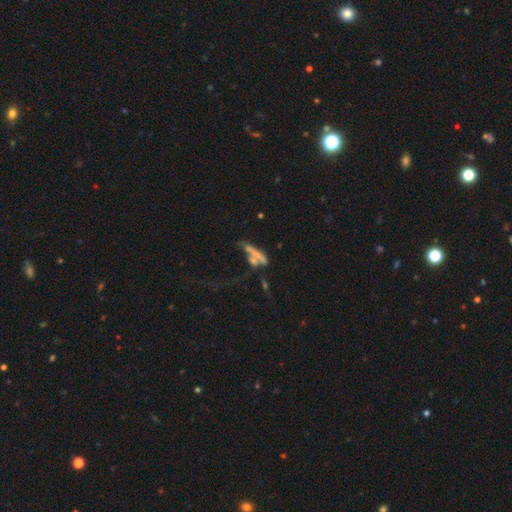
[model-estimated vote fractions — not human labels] A smooth galaxy with no disk features (48%). Merging: merger (41%).